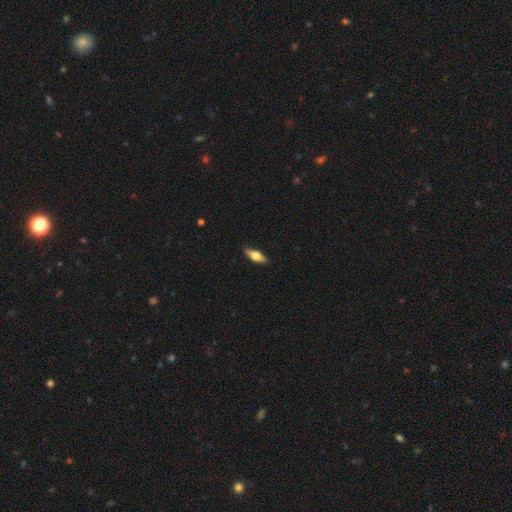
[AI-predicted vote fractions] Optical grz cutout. It shows a smooth galaxy with no disk features (62%) that is in between round and cigar-shaped (67%). Merging: none (87%).